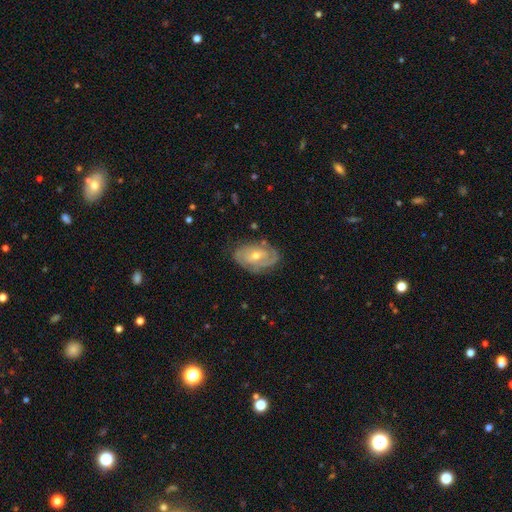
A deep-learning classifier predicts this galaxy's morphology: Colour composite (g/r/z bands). It shows a featured or disk galaxy (80%) with no bar (48%), 2 (52%) tight (64%) spiral arms (90%) and a moderate central bulge (59%). Merging: none (75%).